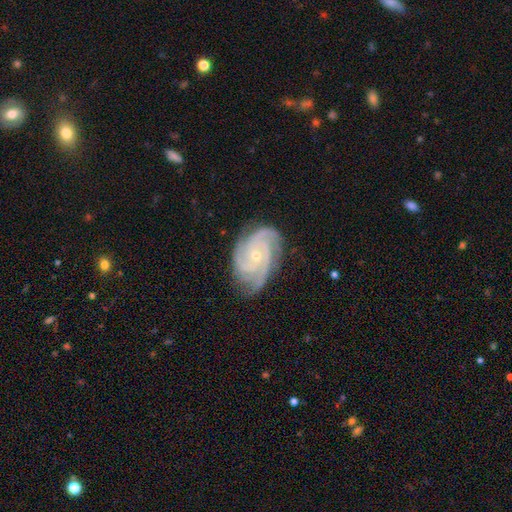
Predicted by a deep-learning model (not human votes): A featured or disk galaxy (91%) with no bar (73%), 3 (52%) tight (70%) spiral arms (99%) and a small central bulge (67%). Merging: none (78%).